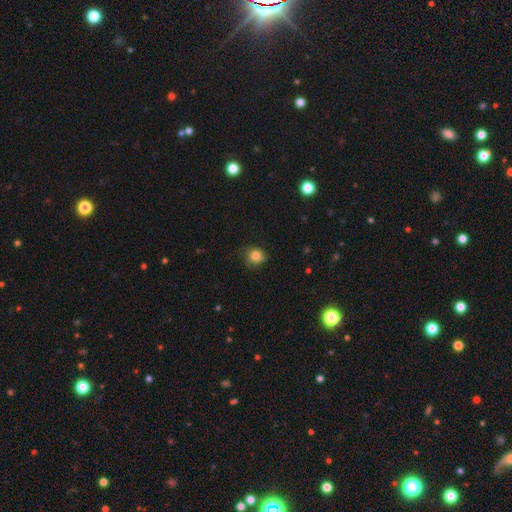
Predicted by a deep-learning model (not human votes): Q: Smooth or featured?
A: smooth (81%); runner-up: star or artifact (10%)
Q: How rounded?
A: round (77%); runner-up: in between (22%)
Q: Merging?
A: none (72%); runner-up: minor disturbance (22%)